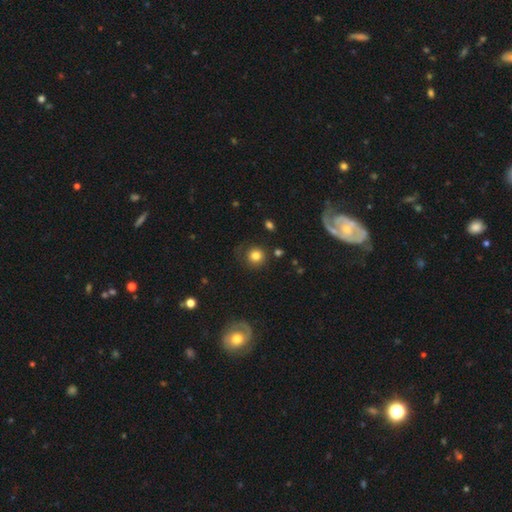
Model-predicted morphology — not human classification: smooth 80%, star or artifact 11%, featured or disk 9%. Down the decision tree: how rounded — round (92%); merging — none (77%).